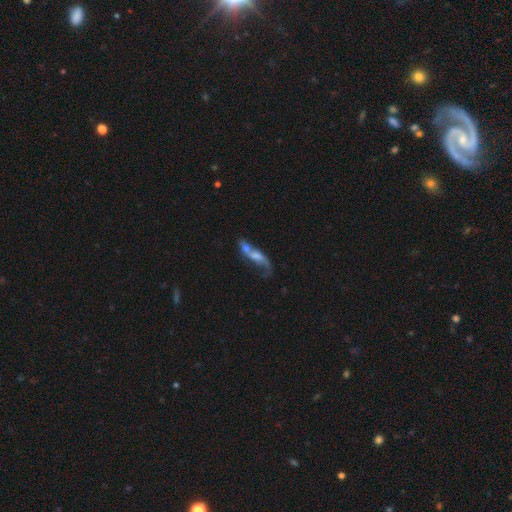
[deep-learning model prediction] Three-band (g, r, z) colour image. It shows a featured or disk galaxy (60%). Merging: merger (46%).